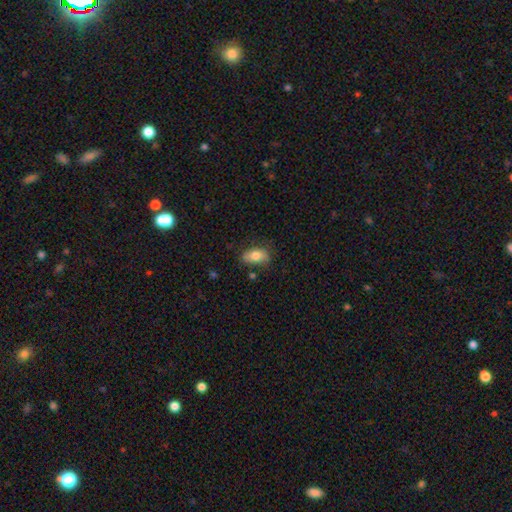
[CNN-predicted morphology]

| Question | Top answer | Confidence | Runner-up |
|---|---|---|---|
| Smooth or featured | smooth | 77% | featured or disk (16%) |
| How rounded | in between | 90% | round (7%) |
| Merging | none | 69% | minor disturbance (23%) |